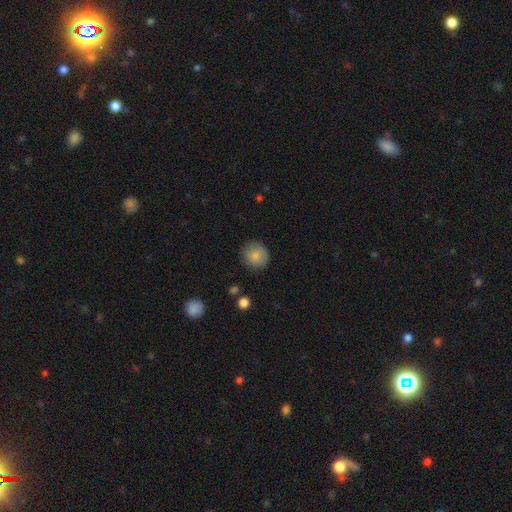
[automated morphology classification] Smooth or featured? Predicted: smooth (p=0.83). How rounded? Predicted: round (p=0.89). Merging? Predicted: none (p=0.81).